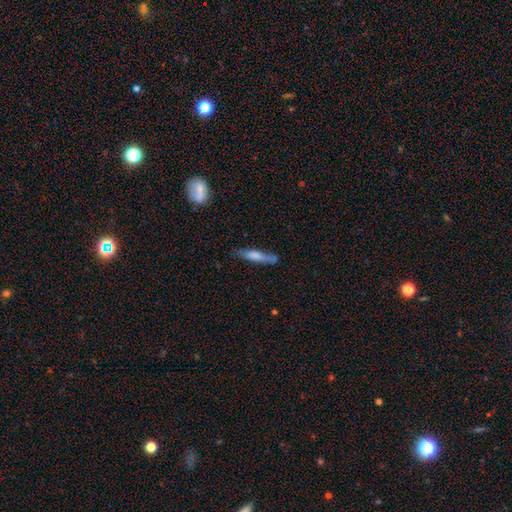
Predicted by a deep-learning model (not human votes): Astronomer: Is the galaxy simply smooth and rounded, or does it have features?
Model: smooth — 68%.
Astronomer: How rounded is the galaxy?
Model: cigar-shaped — 85%.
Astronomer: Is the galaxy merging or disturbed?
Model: none — 64%.